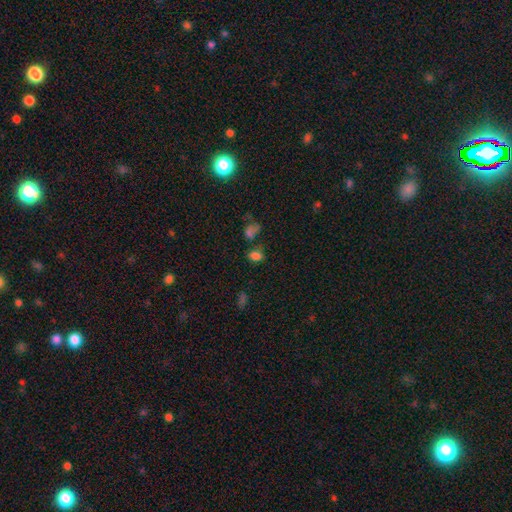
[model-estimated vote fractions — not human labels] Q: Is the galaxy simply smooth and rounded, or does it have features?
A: smooth — 76%.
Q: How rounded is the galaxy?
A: in between — 76%.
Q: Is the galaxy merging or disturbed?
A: none — 56%.